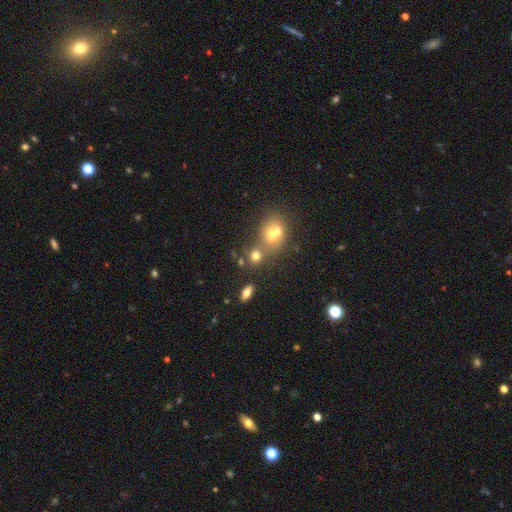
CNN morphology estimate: Smooth or featured?
  - smooth: 69% *
  - star or artifact: 17%
  - featured or disk: 15%
How rounded?
  - round: 70% *
  - in between: 28%
  - cigar-shaped: 2%
Merging?
  - none: 44% *
  - merger: 42%
  - minor disturbance: 9%
  - major disturbance: 5%